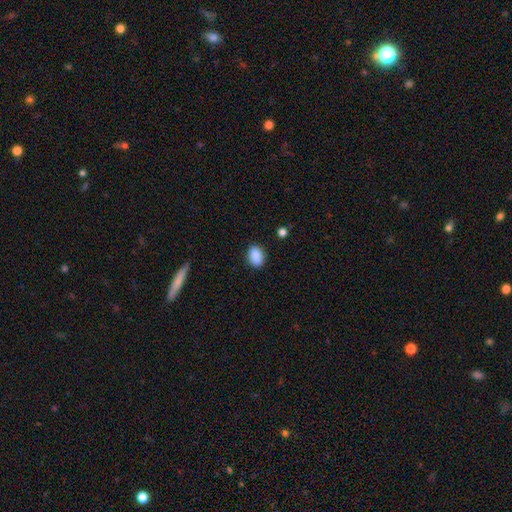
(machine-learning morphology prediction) smooth_or_featured: smooth (p=0.89) [alt: star or artifact p=0.08]
how_rounded: in between (p=0.82) [alt: round p=0.16]
merging: none (p=0.86) [alt: minor disturbance p=0.10]